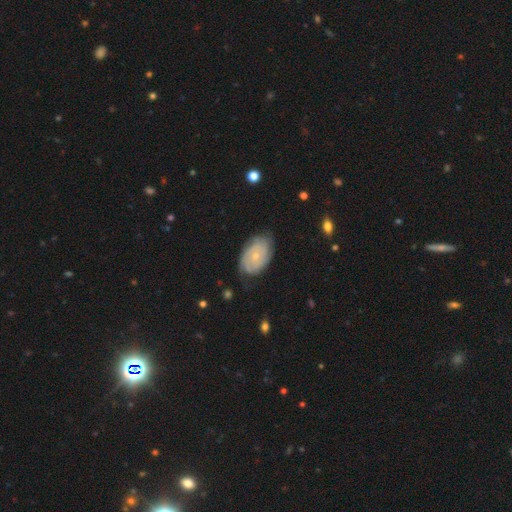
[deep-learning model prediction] Smooth or featured?
  - featured or disk: 69% *
  - smooth: 25%
  - star or artifact: 6%
Edge-on disk?
  - no: 96% *
  - yes: 4%
Bar?
  - no: 79% *
  - weak: 18%
  - strong: 3%
Spiral arms?
  - yes: 88% *
  - no: 12%
Spiral winding?
  - tight: 71% *
  - medium: 22%
  - loose: 7%
Spiral arm count?
  - can't tell: 40% *
  - 2: 36%
  - 3: 11%
  - 4: 5%
  - 1: 4%
  - more than 4: 4%
Bulge size?
  - small: 75% *
  - moderate: 21%
  - none: 3%
  - large: 1%
  - dominant: 1%
Merging?
  - none: 73% *
  - minor disturbance: 21%
  - major disturbance: 5%
  - merger: 1%